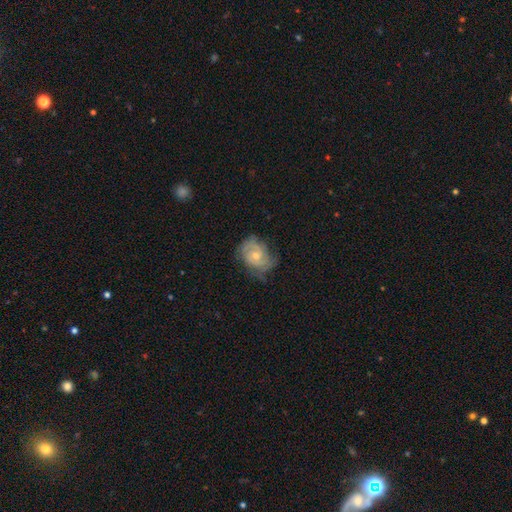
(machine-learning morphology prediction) Smooth or featured? featured or disk (72%)
Edge-on disk? no (97%)
Bar? no (69%)
Spiral arms? yes (88%)
Spiral winding? tight (57%)
Spiral arm count? 2 (51%)
Bulge size? moderate (50%)
Merging? none (58%)